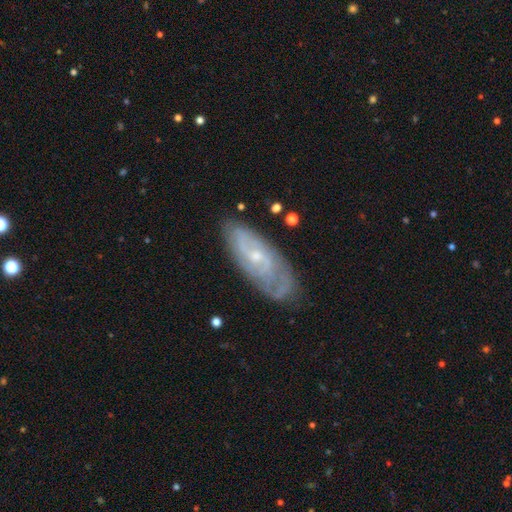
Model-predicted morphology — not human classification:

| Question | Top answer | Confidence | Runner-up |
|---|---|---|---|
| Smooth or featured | featured or disk | 78% | smooth (15%) |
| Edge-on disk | no | 90% | yes (10%) |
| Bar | no | 57% | weak (37%) |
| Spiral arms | yes | 90% | no (10%) |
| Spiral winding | tight | 49% | medium (39%) |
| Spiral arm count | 2 | 40% | can't tell (38%) |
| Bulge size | small | 67% | moderate (28%) |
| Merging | none | 72% | minor disturbance (20%) |